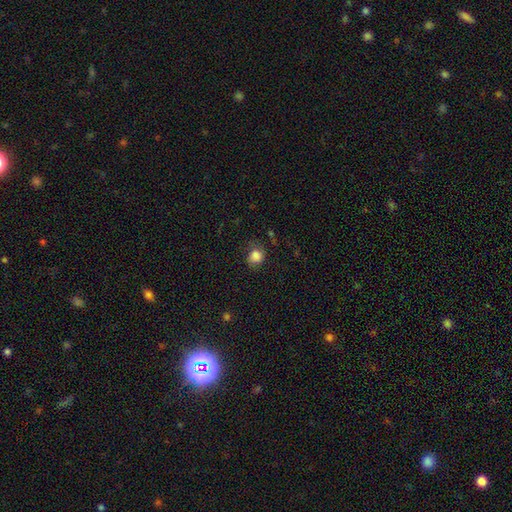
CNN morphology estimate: Smooth or featured: smooth — 81% (star or artifact — 10%)
How rounded: round — 67% (in between — 32%)
Merging: none — 61% (minor disturbance — 25%)